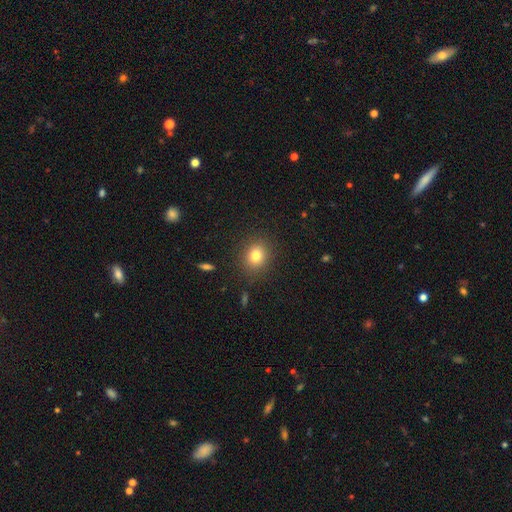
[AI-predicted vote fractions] The model was most divided on "how rounded": round: 70%, in between: 29%, cigar-shaped: 1%. More confident: merging — none (88%); smooth or featured — smooth (80%).